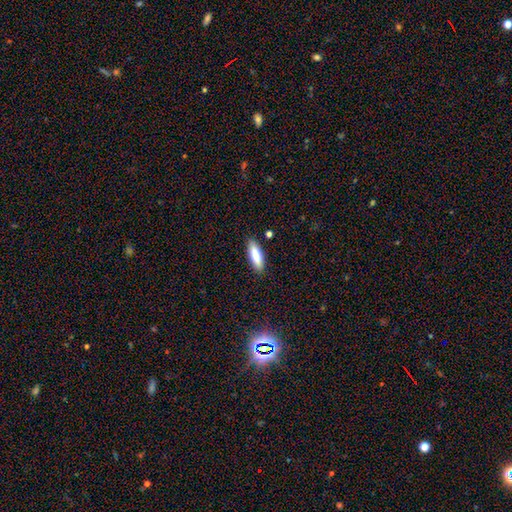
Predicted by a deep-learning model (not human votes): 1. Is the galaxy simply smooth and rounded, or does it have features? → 78% smooth, 16% featured or disk, 6% star or artifact.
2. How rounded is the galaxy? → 51% in between, 47% cigar-shaped, 2% round.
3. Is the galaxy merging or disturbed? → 88% none, 8% minor disturbance, 2% major disturbance, 2% merger.